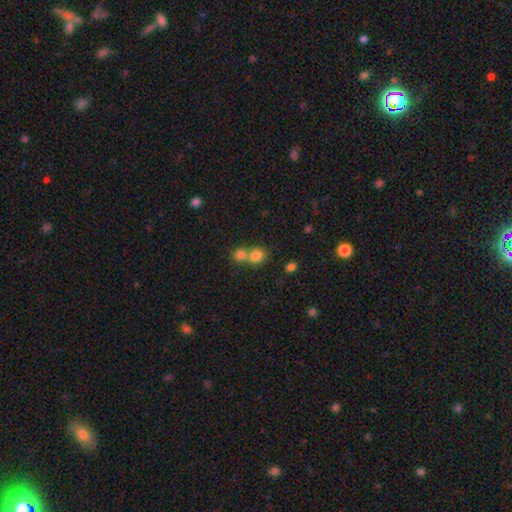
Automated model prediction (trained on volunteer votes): Smooth or featured: smooth — 80% (star or artifact — 12%)
How rounded: round — 77% (in between — 22%)
Merging: merger — 50% (none — 41%)